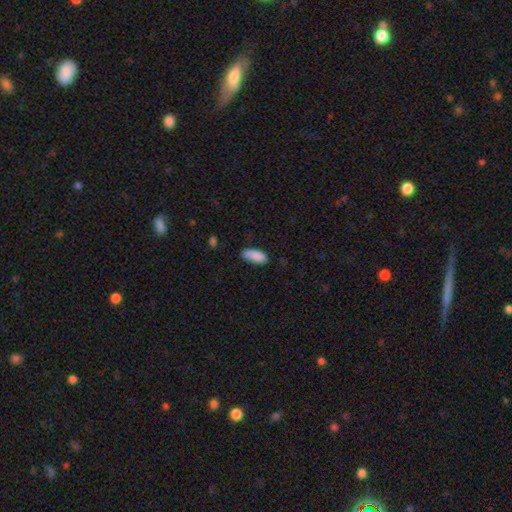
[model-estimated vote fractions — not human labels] smooth-or-featured: smooth: 89% | star or artifact: 7% | featured or disk: 5%
  how-rounded: in between: 79% | cigar-shaped: 19% | round: 2%
  merging: none: 70% | minor disturbance: 24% | major disturbance: 4% | merger: 2%